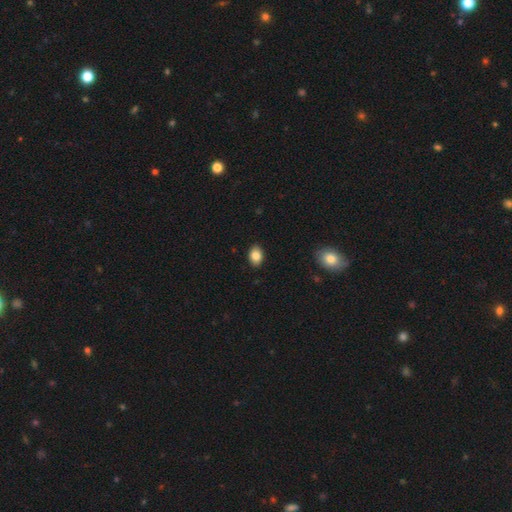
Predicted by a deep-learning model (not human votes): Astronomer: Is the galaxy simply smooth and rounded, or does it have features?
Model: smooth — 85%.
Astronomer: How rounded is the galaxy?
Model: in between — 78%.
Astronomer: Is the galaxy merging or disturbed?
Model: none — 89%.